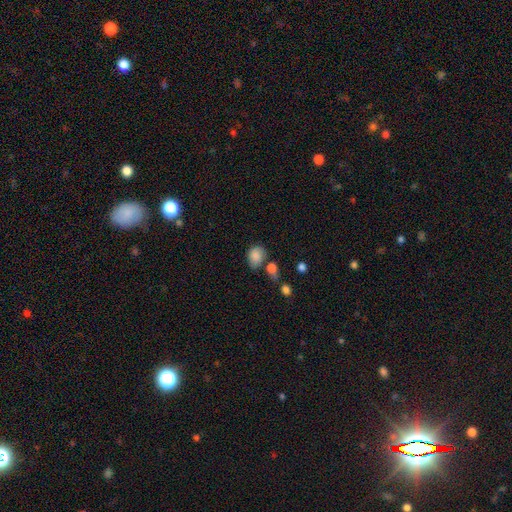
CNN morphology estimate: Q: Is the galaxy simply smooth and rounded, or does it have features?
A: smooth — 84%.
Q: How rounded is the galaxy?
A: in between — 56%.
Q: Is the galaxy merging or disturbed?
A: none — 54%.